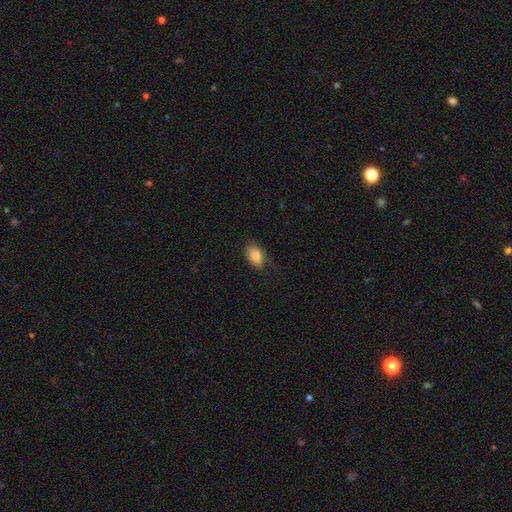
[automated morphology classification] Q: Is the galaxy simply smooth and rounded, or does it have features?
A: smooth — 86%.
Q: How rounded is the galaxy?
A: in between — 88%.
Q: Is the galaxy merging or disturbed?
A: none — 70%.